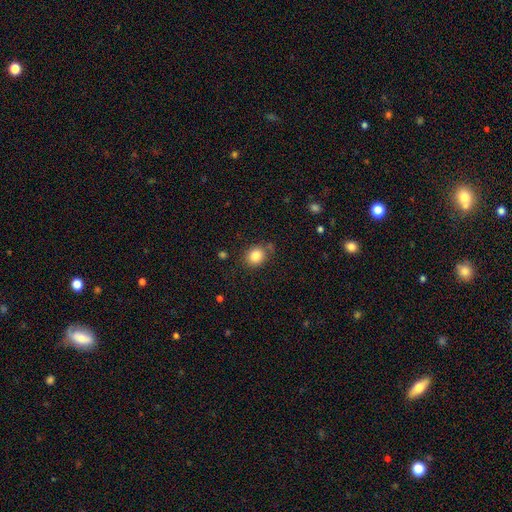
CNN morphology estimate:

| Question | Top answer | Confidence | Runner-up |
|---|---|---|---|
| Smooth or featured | smooth | 83% | star or artifact (10%) |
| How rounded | round | 70% | in between (29%) |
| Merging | none | 78% | minor disturbance (14%) |